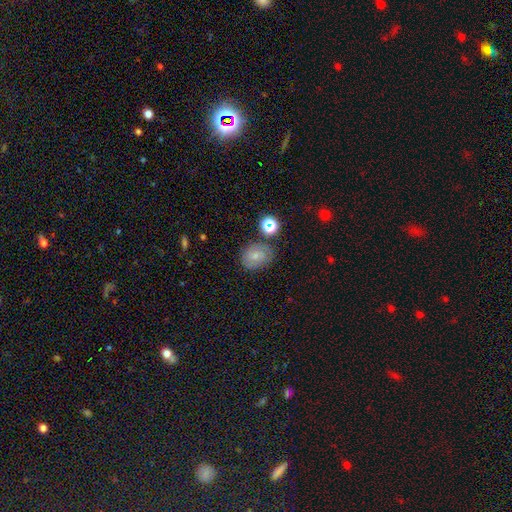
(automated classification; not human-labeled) Morphology: type=smooth (48%); merging=none (71%).